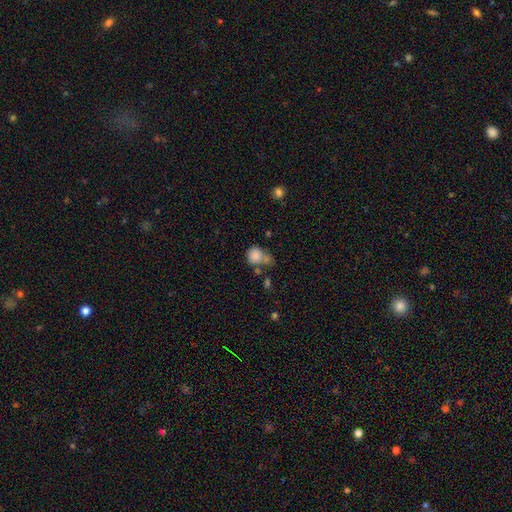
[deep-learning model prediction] This appears to be a smooth galaxy with no disk features (81%) that is round (77%). Merging: none (39%).